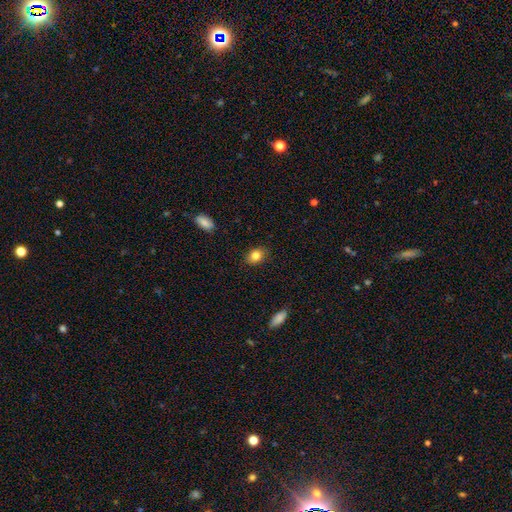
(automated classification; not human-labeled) Smooth or featured? smooth (83%)
How rounded? in between (62%)
Merging? none (87%)